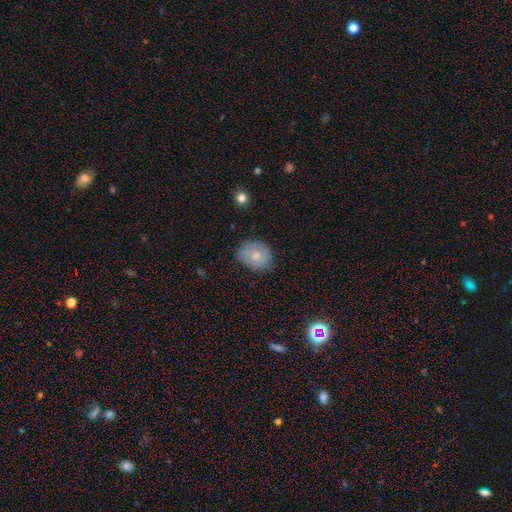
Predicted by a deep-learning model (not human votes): smooth-or-featured: smooth: 65% | featured or disk: 27% | star or artifact: 9%
  how-rounded: round: 57% | in between: 42% | cigar-shaped: 1%
  merging: none: 74% | minor disturbance: 20% | major disturbance: 4% | merger: 1%